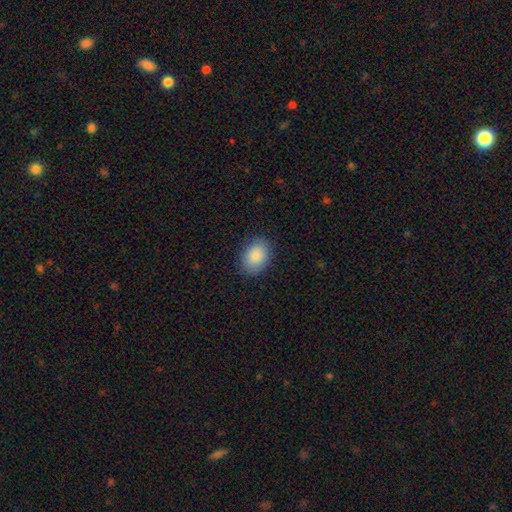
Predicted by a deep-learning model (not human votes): Smooth or featured: smooth — 89% (star or artifact — 7%)
How rounded: in between — 76% (round — 23%)
Merging: none — 86% (minor disturbance — 10%)